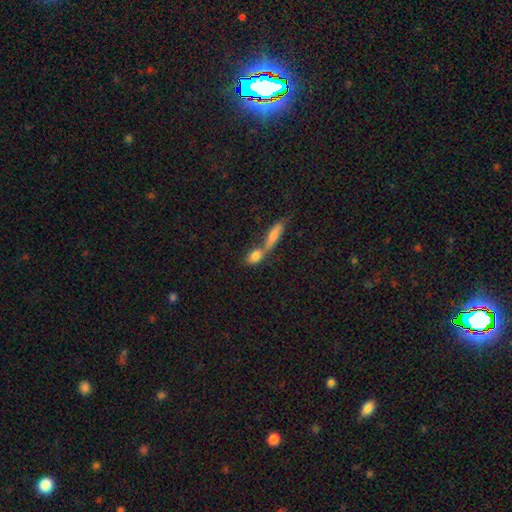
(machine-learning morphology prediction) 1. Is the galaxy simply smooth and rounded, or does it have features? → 77% smooth, 14% featured or disk, 9% star or artifact.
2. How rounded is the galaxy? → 70% in between, 18% cigar-shaped, 13% round.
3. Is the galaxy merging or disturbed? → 59% merger, 29% none, 8% minor disturbance, 4% major disturbance.